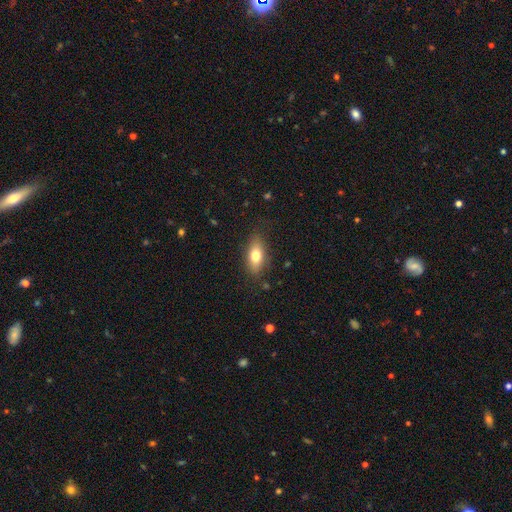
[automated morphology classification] Smooth or featured? smooth (74%)
How rounded? in between (83%)
Merging? none (82%)